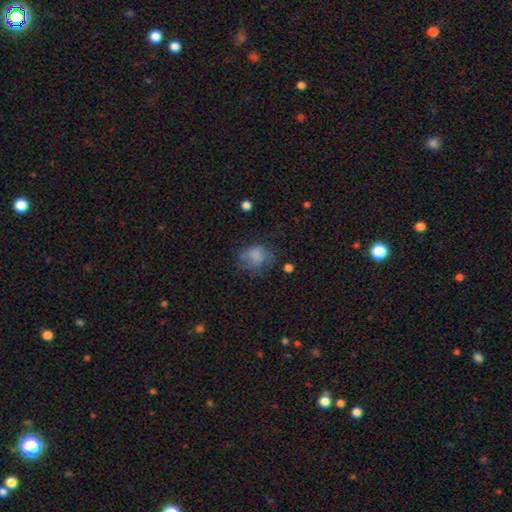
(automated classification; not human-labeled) A smooth galaxy with no disk features (69%) that is round (60%). Merging: none (45%).